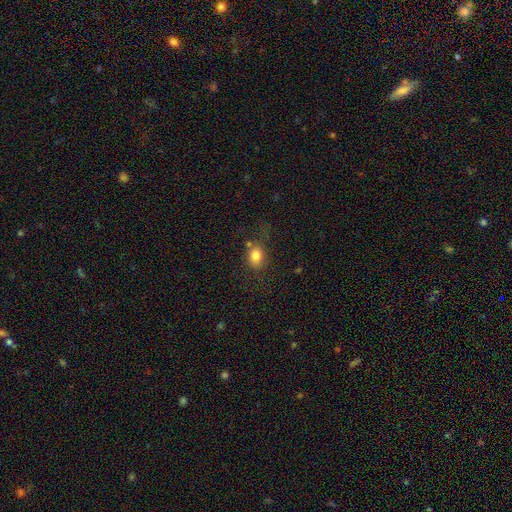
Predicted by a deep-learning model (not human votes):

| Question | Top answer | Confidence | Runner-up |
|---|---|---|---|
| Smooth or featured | smooth | 80% | star or artifact (11%) |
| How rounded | round | 50% | in between (49%) |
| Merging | none | 64% | minor disturbance (18%) |